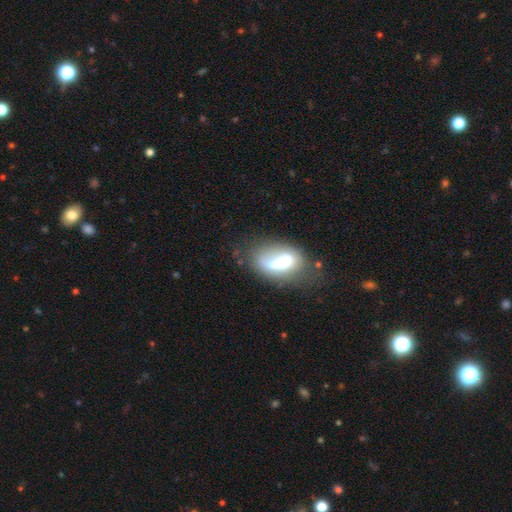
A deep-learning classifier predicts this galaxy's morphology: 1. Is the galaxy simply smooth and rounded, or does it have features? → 49% smooth, 41% featured or disk, 10% star or artifact.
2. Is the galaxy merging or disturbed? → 43% none, 25% minor disturbance, 21% major disturbance, 11% merger.